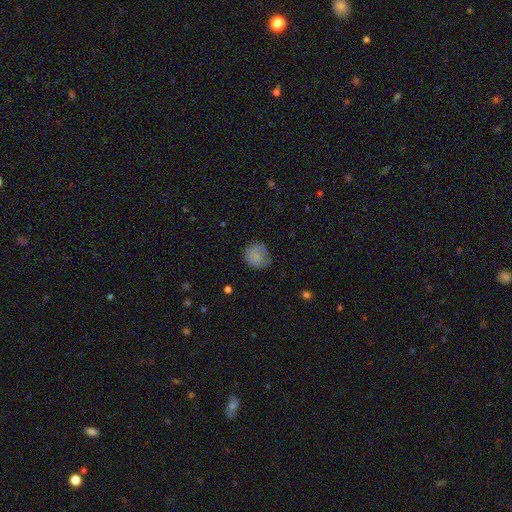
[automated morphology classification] Smooth or featured?
  - smooth: 77% *
  - featured or disk: 14%
  - star or artifact: 9%
How rounded?
  - round: 85% *
  - in between: 14%
  - cigar-shaped: 1%
Merging?
  - none: 69% *
  - minor disturbance: 23%
  - major disturbance: 7%
  - merger: 1%